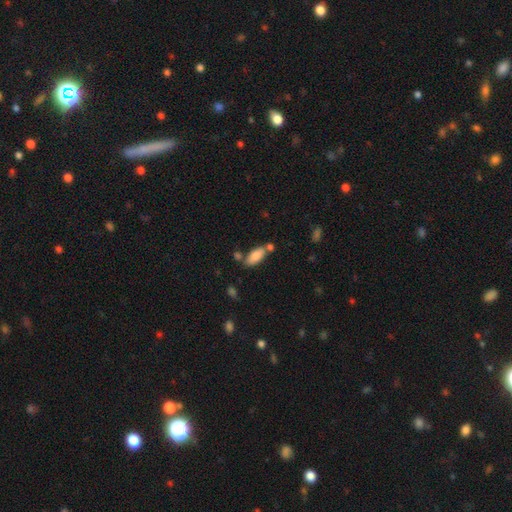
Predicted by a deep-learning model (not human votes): Smooth or featured? Predicted: smooth (p=0.82). How rounded? Predicted: in between (p=0.84). Merging? Predicted: none (p=0.63).